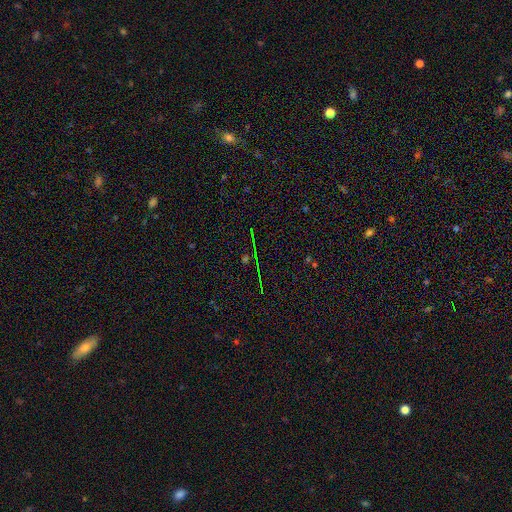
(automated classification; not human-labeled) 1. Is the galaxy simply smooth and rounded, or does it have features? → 73% star or artifact, 13% featured or disk, 13% smooth.